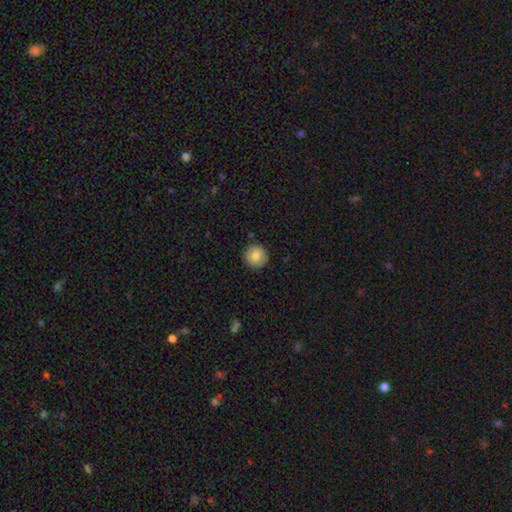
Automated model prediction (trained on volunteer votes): smooth 84%, star or artifact 8%, featured or disk 8%. Down the decision tree: how rounded — round (94%); merging — none (90%).